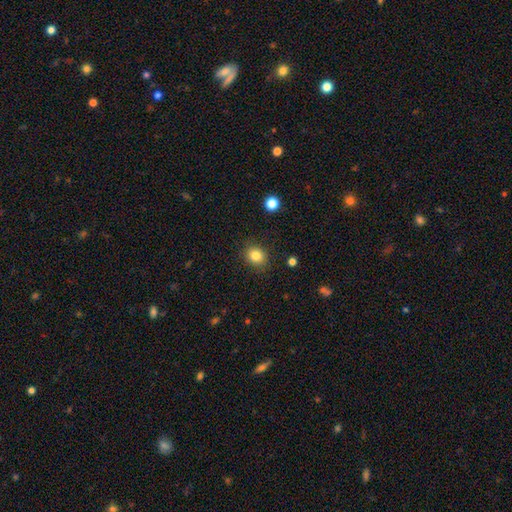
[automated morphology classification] smooth_or_featured: smooth (p=0.83) [alt: star or artifact p=0.11]
how_rounded: round (p=0.68) [alt: in between p=0.32]
merging: none (p=0.87) [alt: minor disturbance p=0.09]